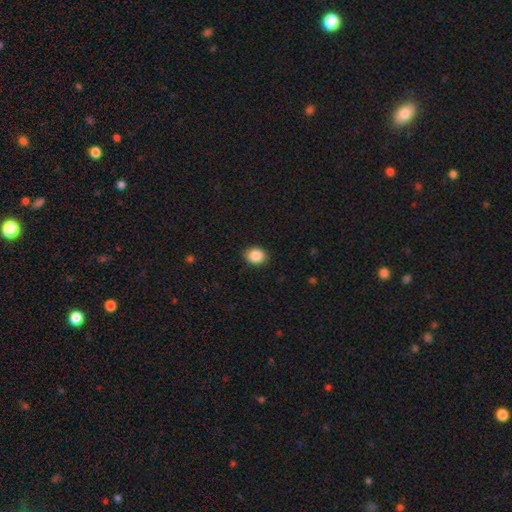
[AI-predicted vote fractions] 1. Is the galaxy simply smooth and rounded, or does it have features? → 88% smooth, 8% star or artifact, 4% featured or disk.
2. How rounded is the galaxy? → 57% round, 42% in between, 1% cigar-shaped.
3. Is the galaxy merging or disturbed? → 89% none, 8% minor disturbance, 2% major disturbance, 1% merger.